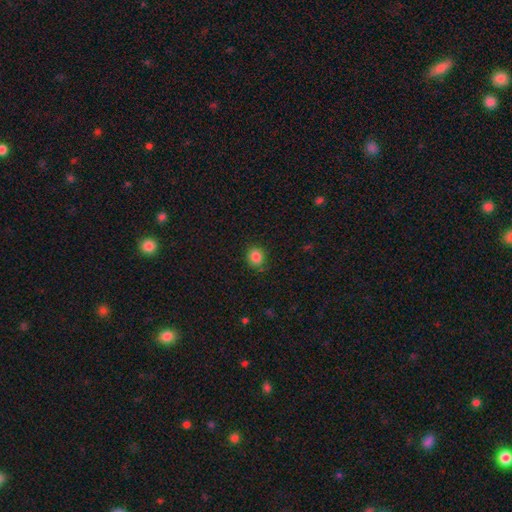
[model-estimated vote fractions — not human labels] A smooth galaxy with no disk features (85%) that is round (81%).

Vote fractions:
- Smooth or featured? smooth: 85% / star or artifact: 11% / featured or disk: 4%
- How rounded? round: 81% / in between: 18% / cigar-shaped: 1%
- Merging? none: 85% / minor disturbance: 11% / major disturbance: 3% / merger: 1%